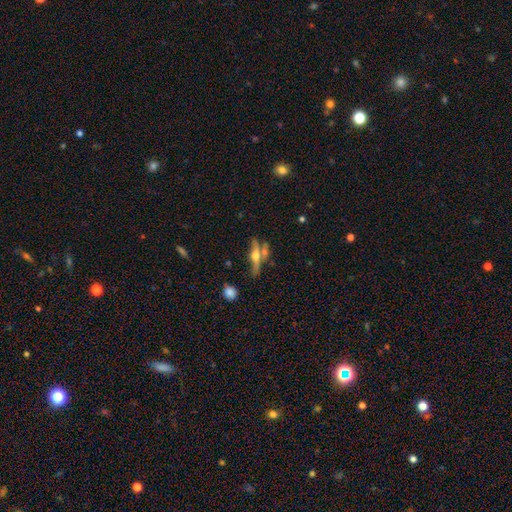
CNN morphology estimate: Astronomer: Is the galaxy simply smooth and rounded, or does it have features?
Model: featured or disk — 64%.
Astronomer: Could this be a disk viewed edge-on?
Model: yes — 91%.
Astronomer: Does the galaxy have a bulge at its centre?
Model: rounded — 93%.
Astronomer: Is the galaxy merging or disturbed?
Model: none — 57%.